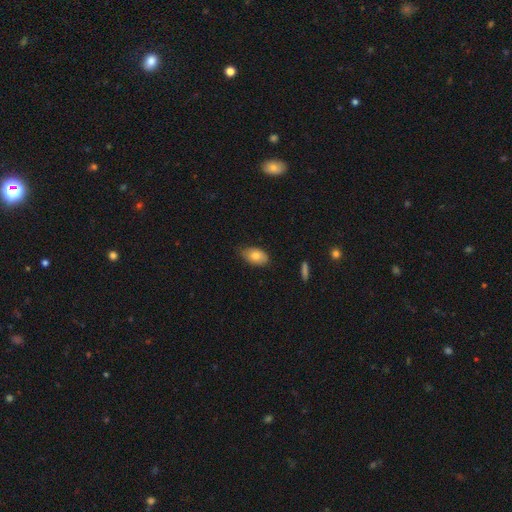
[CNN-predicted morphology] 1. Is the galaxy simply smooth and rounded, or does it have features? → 78% smooth, 15% featured or disk, 7% star or artifact.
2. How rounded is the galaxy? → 91% in between, 7% round, 2% cigar-shaped.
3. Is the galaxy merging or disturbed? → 71% none, 25% minor disturbance, 3% major disturbance, 1% merger.